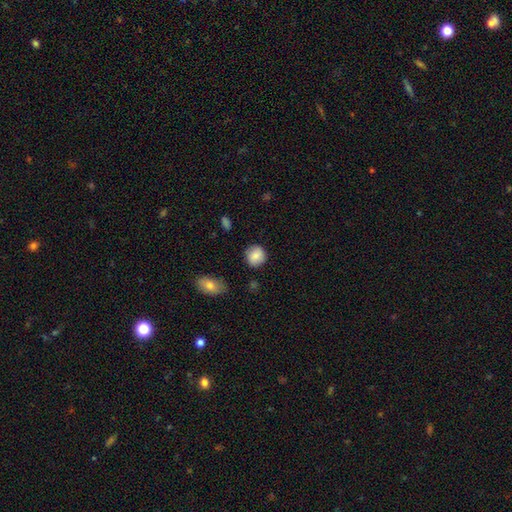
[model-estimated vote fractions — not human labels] Overall: smooth (84%). How rounded: round (86%). Merging: none (84%).